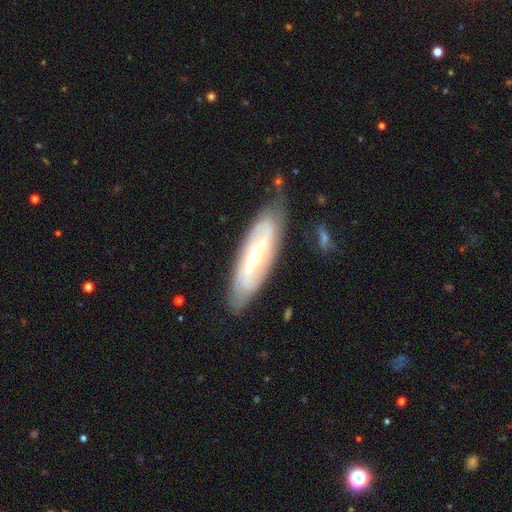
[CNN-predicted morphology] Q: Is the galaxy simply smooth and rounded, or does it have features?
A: featured or disk — 74%.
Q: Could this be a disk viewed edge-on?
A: no — 80%.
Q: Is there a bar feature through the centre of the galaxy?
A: weak — 38%.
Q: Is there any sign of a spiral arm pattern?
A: yes — 82%.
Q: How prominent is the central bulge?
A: small — 49%.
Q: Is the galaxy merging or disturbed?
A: none — 76%.